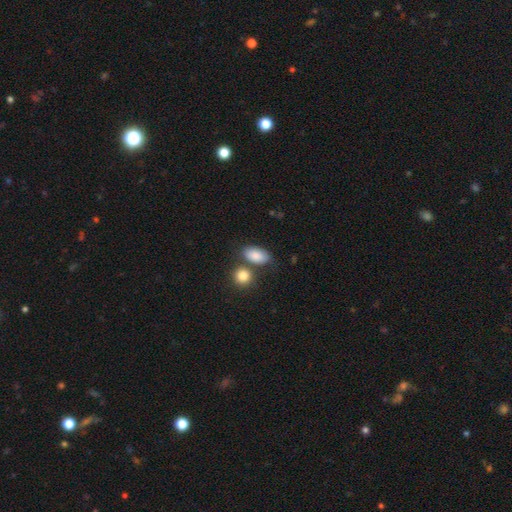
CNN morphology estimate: This is clearly a smooth galaxy (86%). How rounded: clearly in between (89%). Merging: likely none (61%).